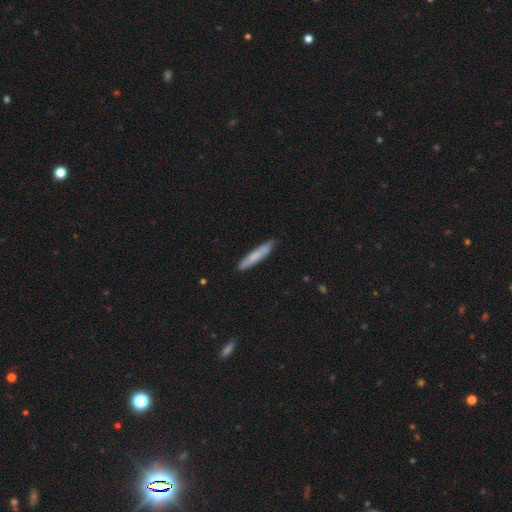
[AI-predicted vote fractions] smooth_or_featured: smooth (p=0.72) [alt: featured or disk p=0.22]
how_rounded: cigar-shaped (p=0.93) [alt: in between p=0.06]
merging: none (p=0.87) [alt: minor disturbance p=0.10]